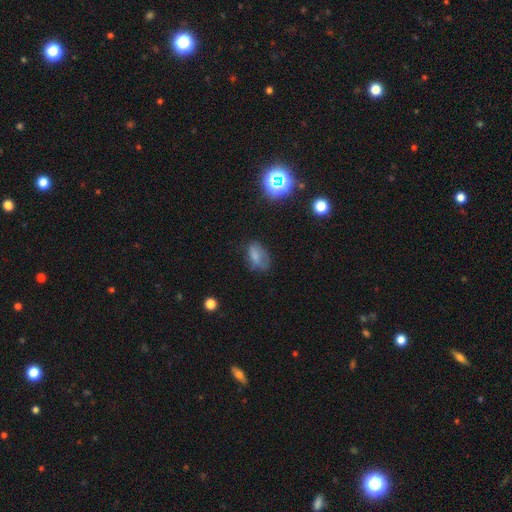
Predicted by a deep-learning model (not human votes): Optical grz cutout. It shows a smooth galaxy with no disk features (69%) that is in between round and cigar-shaped (87%). Merging: none (51%).